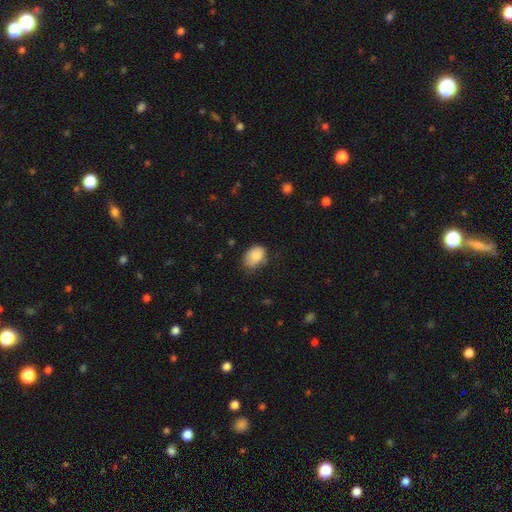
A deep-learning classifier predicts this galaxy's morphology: A smooth galaxy with no disk features (84%) that is in between round and cigar-shaped (76%).

Vote fractions:
- Smooth or featured? smooth: 84% / featured or disk: 8% / star or artifact: 8%
- How rounded? in between: 76% / round: 23% / cigar-shaped: 1%
- Merging? none: 55% / minor disturbance: 35% / major disturbance: 8% / merger: 2%